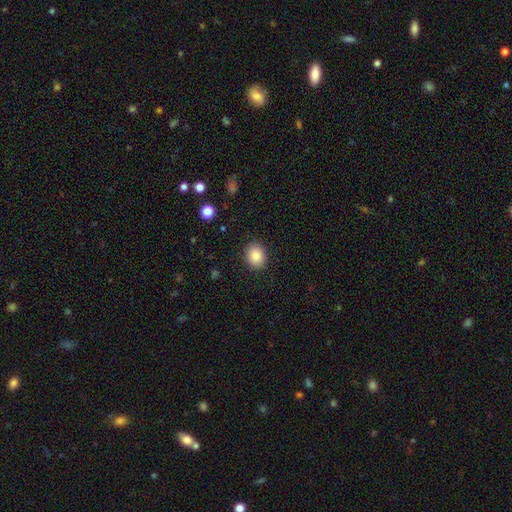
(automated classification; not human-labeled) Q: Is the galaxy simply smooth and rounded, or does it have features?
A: smooth — 85%.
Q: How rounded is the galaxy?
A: round — 58%.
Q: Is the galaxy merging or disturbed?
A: none — 88%.